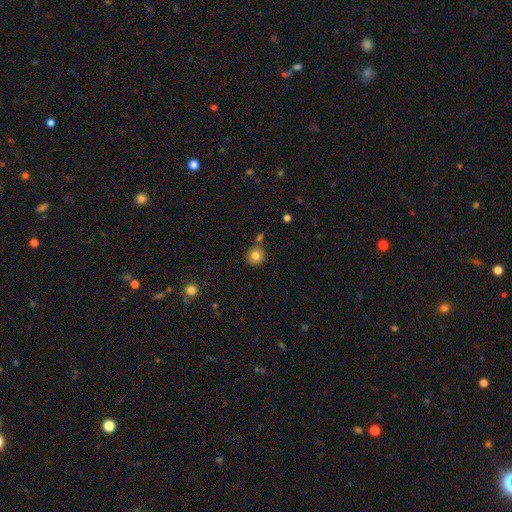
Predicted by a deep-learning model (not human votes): A smooth galaxy with no disk features (81%) that is round (91%).

Vote fractions:
- Smooth or featured? smooth: 81% / star or artifact: 10% / featured or disk: 9%
- How rounded? round: 91% / in between: 8% / cigar-shaped: 1%
- Merging? none: 78% / merger: 10% / minor disturbance: 10% / major disturbance: 2%